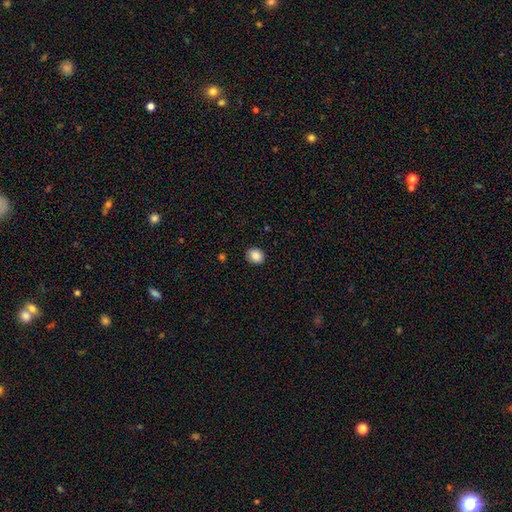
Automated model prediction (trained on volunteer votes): A smooth galaxy with no disk features (88%) that is round (57%). Merging: none (89%).